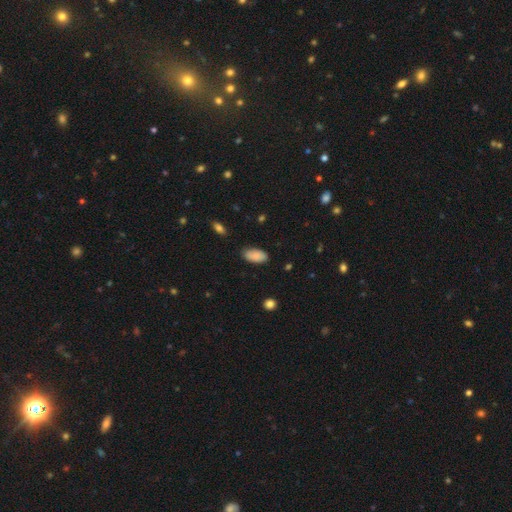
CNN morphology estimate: A smooth galaxy with no disk features (88%) that is in between round and cigar-shaped (94%).

Vote fractions:
- Smooth or featured? smooth: 88% / star or artifact: 7% / featured or disk: 5%
- How rounded? in between: 94% / cigar-shaped: 4% / round: 2%
- Merging? none: 82% / minor disturbance: 14% / major disturbance: 3% / merger: 1%